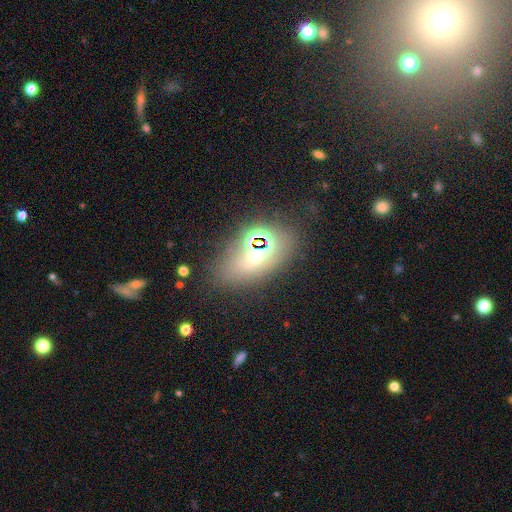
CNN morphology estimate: This appears to be a smooth galaxy with no disk features (48%). Merging: none (72%).